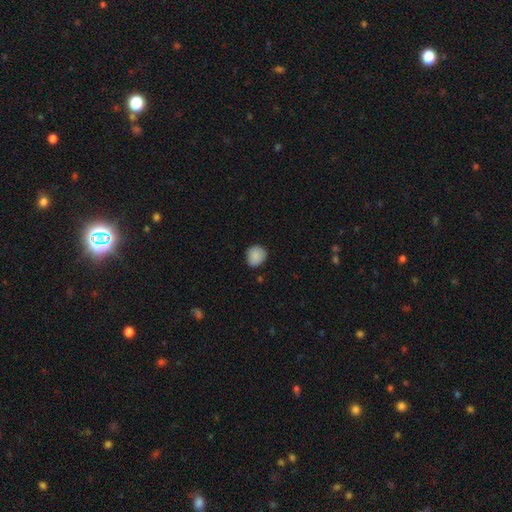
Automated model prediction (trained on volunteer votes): smooth-or-featured: smooth: 88% | star or artifact: 8% | featured or disk: 4%
  how-rounded: round: 81% | in between: 18% | cigar-shaped: 1%
  merging: none: 83% | minor disturbance: 13% | major disturbance: 2% | merger: 1%